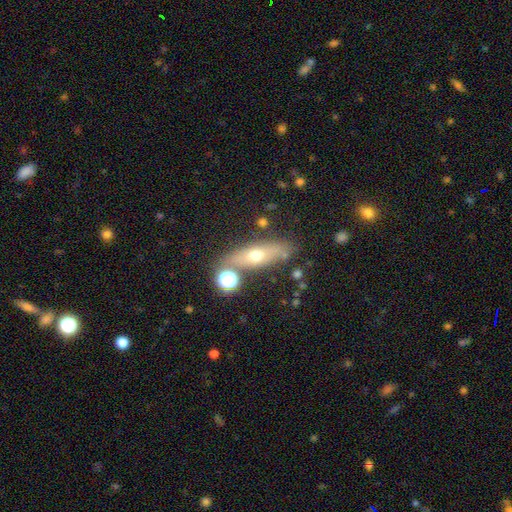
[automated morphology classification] This appears to be a smooth galaxy with no disk features (50%) that is cigar-shaped (51%). Merging: none (75%).